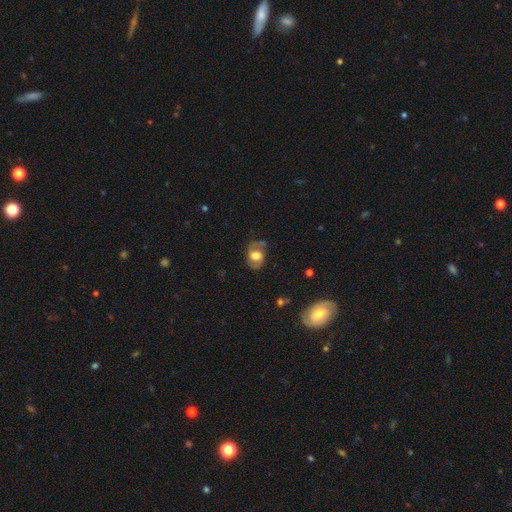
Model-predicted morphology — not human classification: smooth-or-featured: featured or disk: 55% | smooth: 37% | star or artifact: 8%
  disk-edge-on: no: 95% | yes: 5%
    bar: no: 56% | weak: 34% | strong: 10%
    has-spiral-arms: yes: 74% | no: 26%
    bulge-size: large: 47% | moderate: 37% | small: 7% | dominant: 6% | none: 3%
  merging: none: 63% | minor disturbance: 23% | major disturbance: 11% | merger: 3%